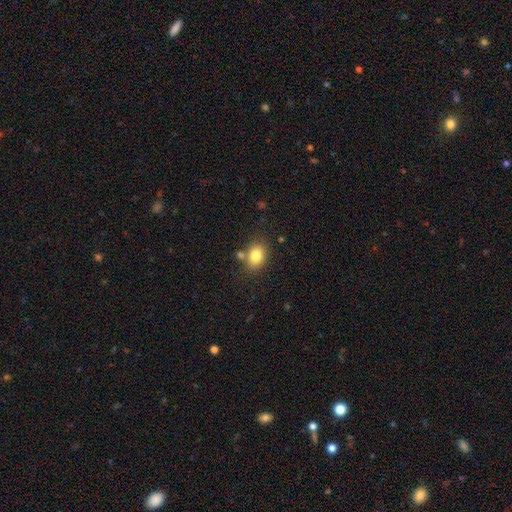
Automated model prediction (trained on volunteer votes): A smooth galaxy with no disk features (81%) that is in between round and cigar-shaped (63%). Merging: none (71%).